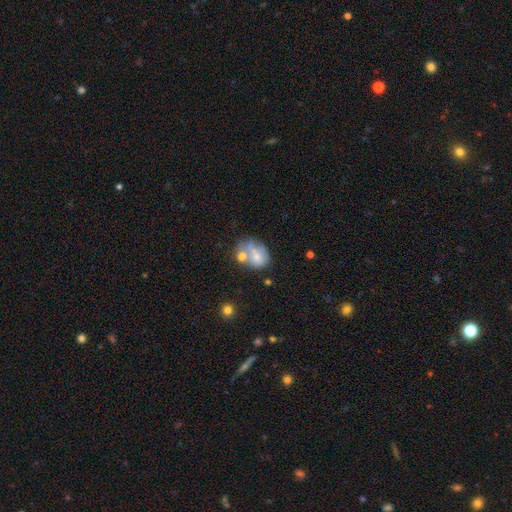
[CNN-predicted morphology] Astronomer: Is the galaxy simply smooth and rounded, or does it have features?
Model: smooth — 53% (runner-up: featured or disk, 36%).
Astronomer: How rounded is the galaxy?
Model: in between — 51% (runner-up: round, 48%).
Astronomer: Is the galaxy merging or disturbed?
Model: merger — 45% (runner-up: none, 27%).